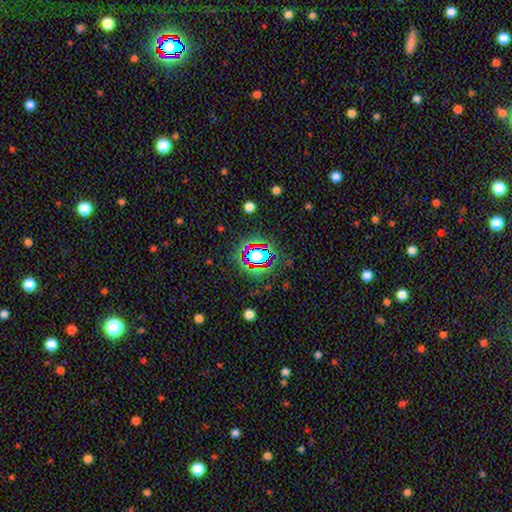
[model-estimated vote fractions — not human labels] This is possibly a star or artifact rather than a galaxy (56%).